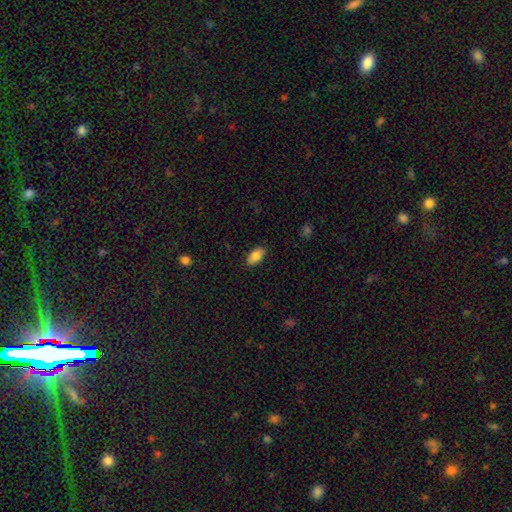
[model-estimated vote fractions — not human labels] Smooth or featured? Predicted: smooth (p=0.83). How rounded? Predicted: in between (p=0.93). Merging? Predicted: none (p=0.86).